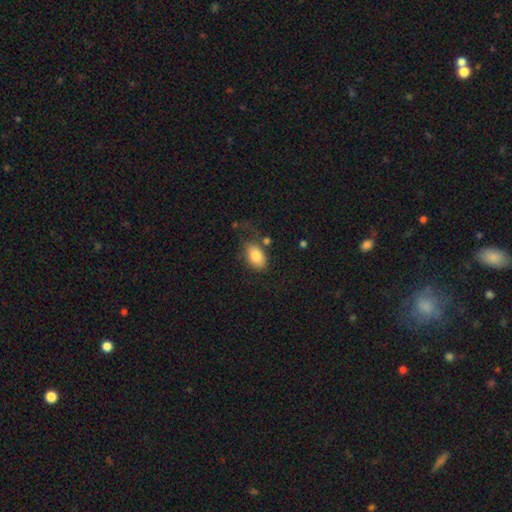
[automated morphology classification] type=smooth (82%); roundness=in between (91%); merging=none (58%).